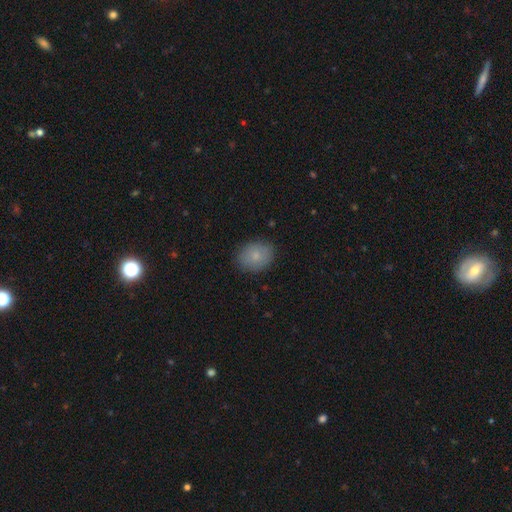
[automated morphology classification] This appears to be a smooth galaxy with no disk features (83%) that is in between round and cigar-shaped (57%). Merging: none (86%).